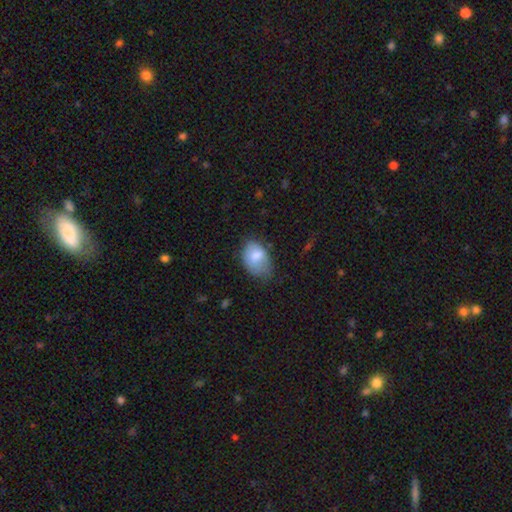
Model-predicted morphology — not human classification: Smooth or featured: smooth — 78% (featured or disk — 15%)
How rounded: in between — 85% (round — 14%)
Merging: none — 45% (minor disturbance — 40%)